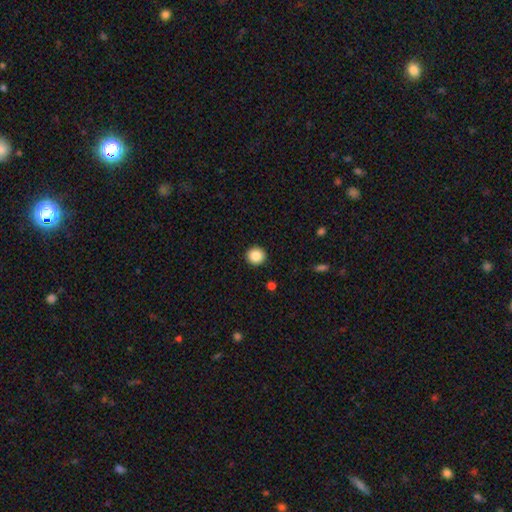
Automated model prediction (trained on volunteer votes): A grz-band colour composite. It shows a smooth galaxy with no disk features (86%) that is round (95%). Merging: none (93%).